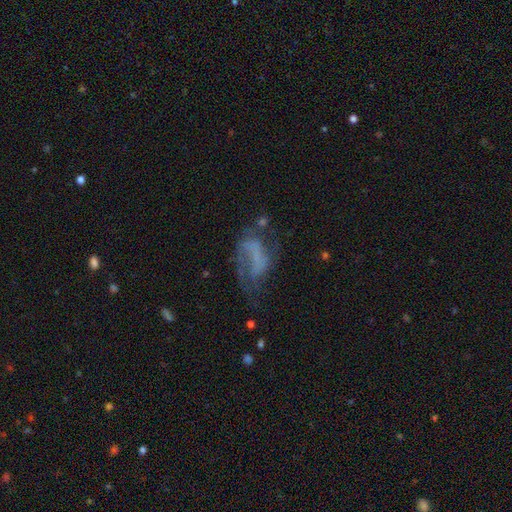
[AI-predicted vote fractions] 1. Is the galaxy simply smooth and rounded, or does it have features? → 59% featured or disk, 27% smooth, 14% star or artifact.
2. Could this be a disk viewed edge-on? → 96% no, 4% yes.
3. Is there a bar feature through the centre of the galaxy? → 54% no, 28% weak, 18% strong.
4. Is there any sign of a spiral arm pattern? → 58% yes, 42% no.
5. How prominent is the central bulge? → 75% none, 13% small, 6% moderate, 4% large, 2% dominant.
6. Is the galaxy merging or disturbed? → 40% major disturbance, 32% none, 22% minor disturbance, 6% merger.